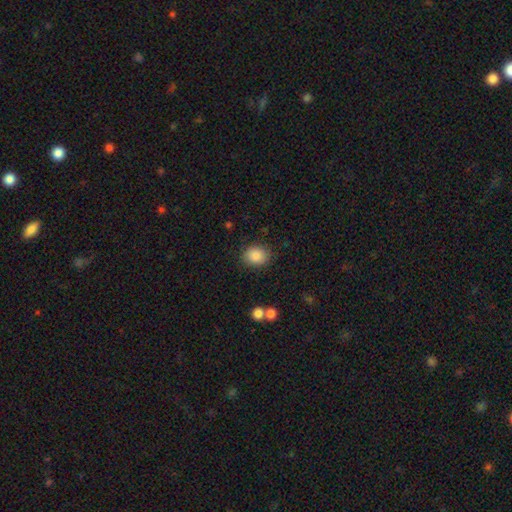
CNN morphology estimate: Smooth or featured: smooth — 87% (star or artifact — 8%)
How rounded: round — 52% (in between — 47%)
Merging: none — 86% (minor disturbance — 9%)